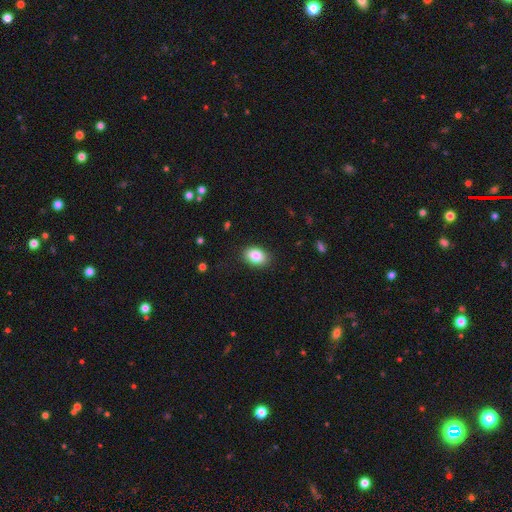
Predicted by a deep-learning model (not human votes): A smooth galaxy with no disk features (86%) that is in between round and cigar-shaped (84%). Merging: none (87%).